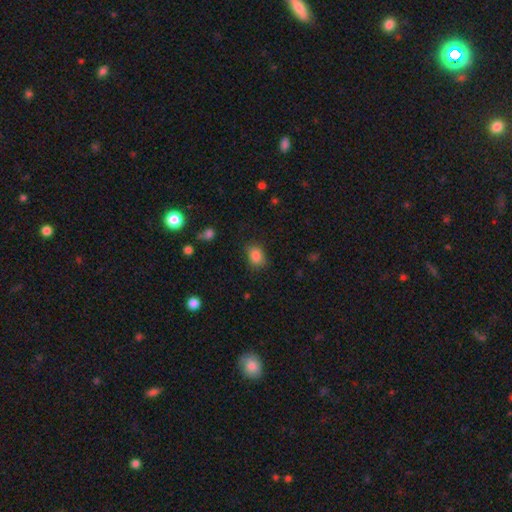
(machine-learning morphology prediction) Smooth or featured? Predicted: smooth (p=0.85). How rounded? Predicted: in between (p=0.68). Merging? Predicted: none (p=0.77).